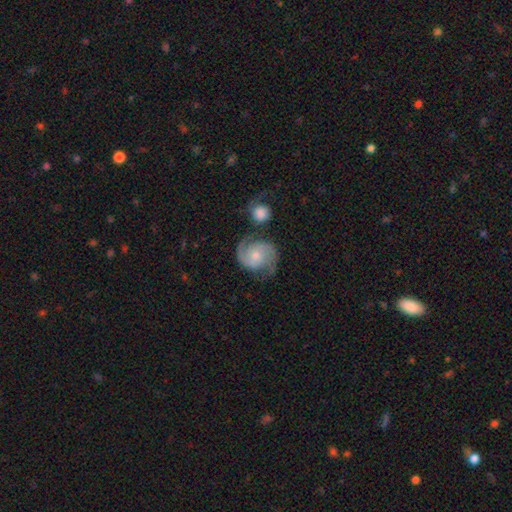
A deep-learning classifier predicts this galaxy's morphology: featured or disk 86%, smooth 9%, star or artifact 5%. Down the decision tree: edge-on disk — no (98%); bar — no (68%); spiral arms — yes (97%); spiral arm count — 2 (89%); spiral winding — medium (51%); bulge size — moderate (46%); merging — none (69%).